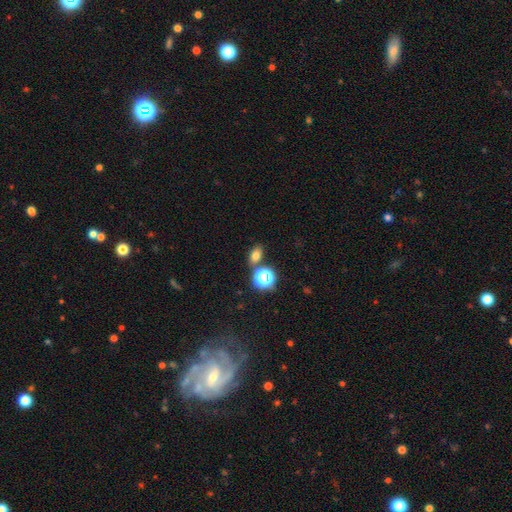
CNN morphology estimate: smooth_or_featured: smooth (p=0.69) [alt: star or artifact p=0.22]
how_rounded: in between (p=0.72) [alt: round p=0.26]
merging: none (p=0.72) [alt: merger p=0.14]